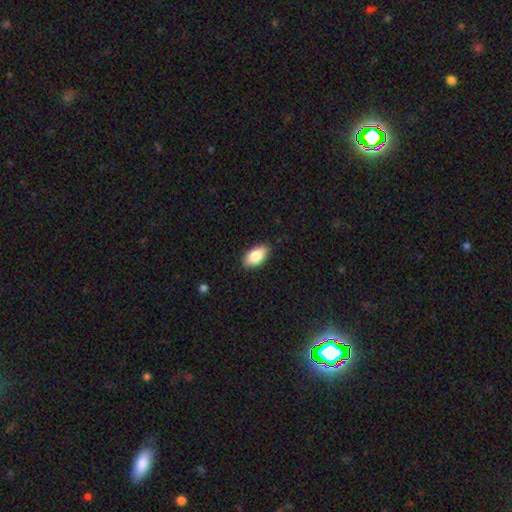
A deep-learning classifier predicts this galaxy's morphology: A smooth galaxy with no disk features (83%) that is in between round and cigar-shaped (93%).

Vote fractions:
- Smooth or featured? smooth: 83% / featured or disk: 10% / star or artifact: 7%
- How rounded? in between: 93% / round: 4% / cigar-shaped: 4%
- Merging? none: 86% / minor disturbance: 11% / major disturbance: 2% / merger: 1%